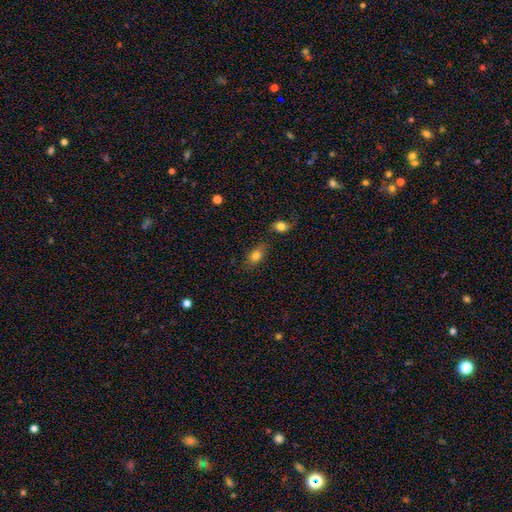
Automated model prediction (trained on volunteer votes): smooth-or-featured: smooth: 82% | featured or disk: 9% | star or artifact: 9%
  how-rounded: in between: 83% | round: 14% | cigar-shaped: 3%
  merging: none: 71% | minor disturbance: 14% | merger: 10% | major disturbance: 5%